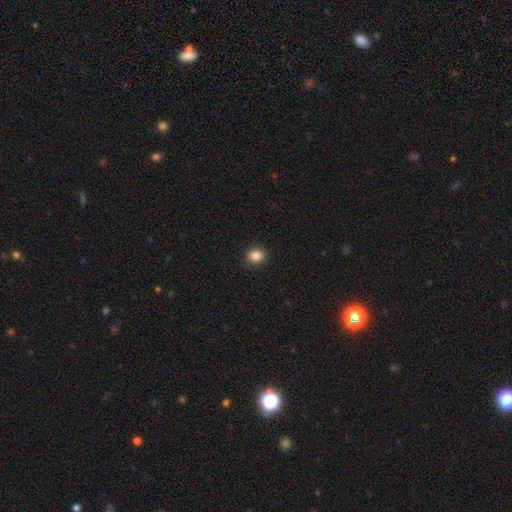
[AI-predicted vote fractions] smooth 86%, star or artifact 10%, featured or disk 4%. Down the decision tree: how rounded — round (73%); merging — none (88%).